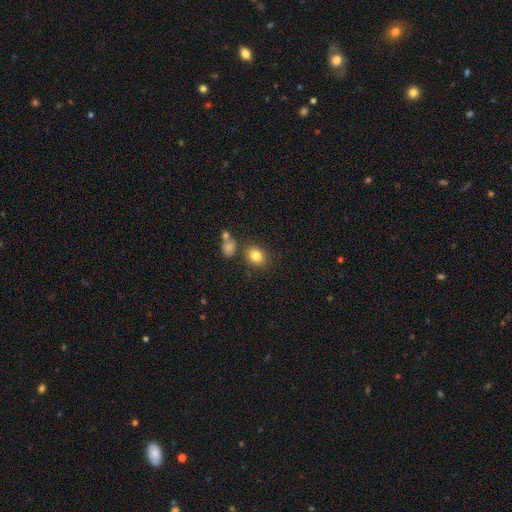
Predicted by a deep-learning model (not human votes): Morphology: type=smooth (82%); roundness=in between (55%); merging=none (75%).